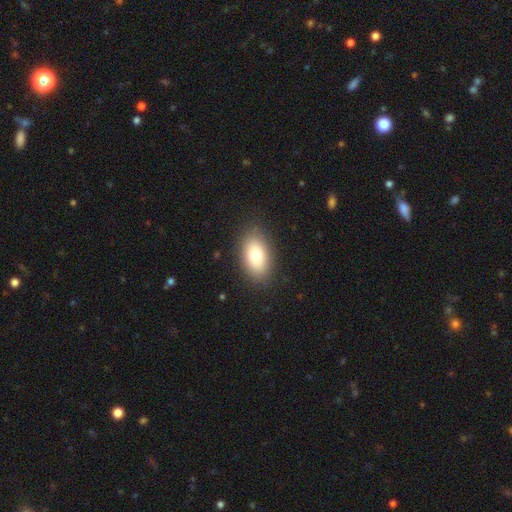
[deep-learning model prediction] Overall: smooth (78%). How rounded: in between (91%). Merging: none (87%).